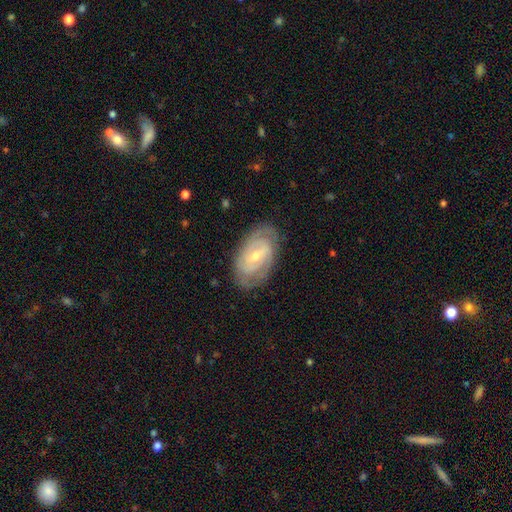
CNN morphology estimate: Smooth or featured?
  - featured or disk: 79% *
  - smooth: 15%
  - star or artifact: 5%
Edge-on disk?
  - no: 95% *
  - yes: 5%
Bar?
  - weak: 49% *
  - no: 32%
  - strong: 18%
Spiral arms?
  - yes: 89% *
  - no: 11%
Spiral winding?
  - tight: 64% *
  - medium: 29%
  - loose: 7%
Spiral arm count?
  - 2: 50% *
  - can't tell: 30%
  - 3: 10%
  - 4: 4%
  - 1: 3%
  - more than 4: 3%
Bulge size?
  - small: 59% *
  - moderate: 38%
  - large: 1%
  - none: 1%
  - dominant: 1%
Merging?
  - none: 78% *
  - minor disturbance: 16%
  - major disturbance: 5%
  - merger: 1%